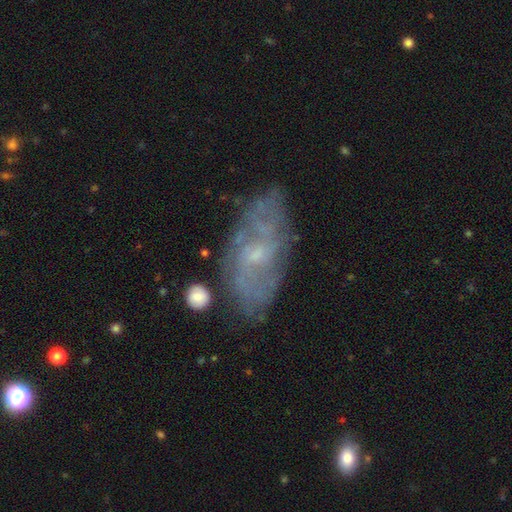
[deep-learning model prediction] Smooth or featured? featured or disk (73%)
Edge-on disk? no (93%)
Bar? no (55%)
Spiral arms? yes (75%)
Spiral winding? tight (40%)
Spiral arm count? can't tell (53%)
Bulge size? small (66%)
Merging? none (67%)